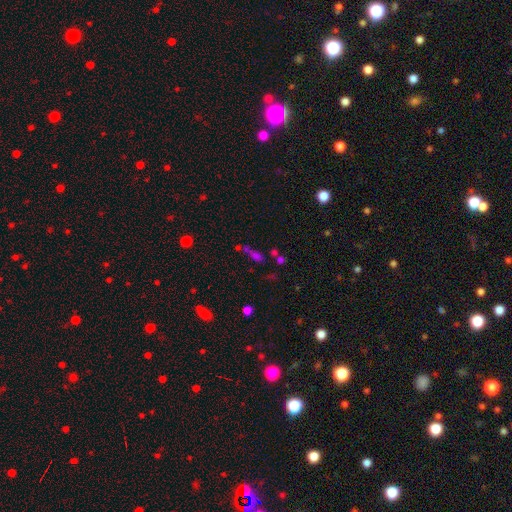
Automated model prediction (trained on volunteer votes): Smooth or featured: smooth — 49% (star or artifact — 33%)
Merging: none — 43% (merger — 31%)